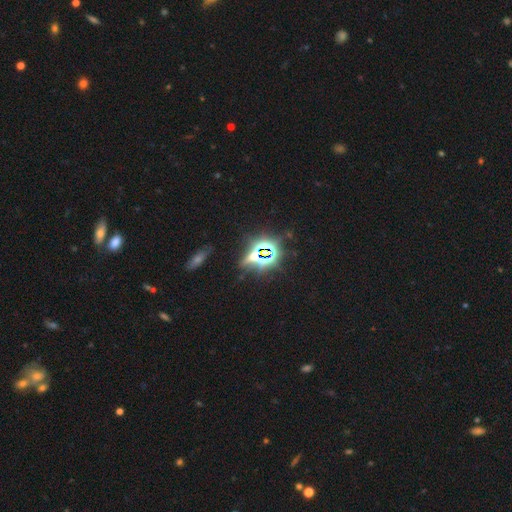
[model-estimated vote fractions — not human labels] This is likely a star or artifact rather than a galaxy (77%).